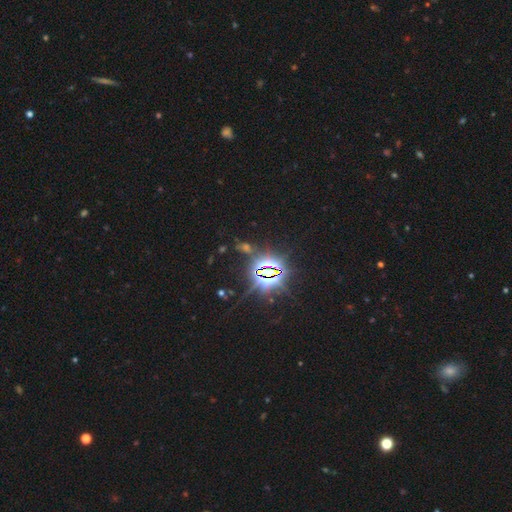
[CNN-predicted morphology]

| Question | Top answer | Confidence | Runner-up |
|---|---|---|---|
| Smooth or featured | star or artifact | 82% | smooth (11%) |